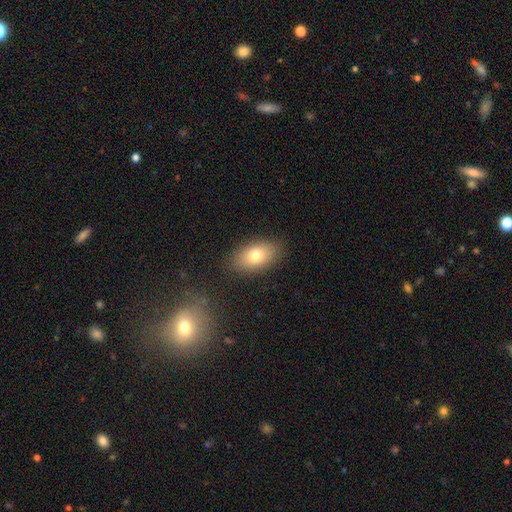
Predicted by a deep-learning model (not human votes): Smooth or featured: smooth — 76% (featured or disk — 16%)
How rounded: in between — 89% (round — 8%)
Merging: none — 86% (minor disturbance — 9%)